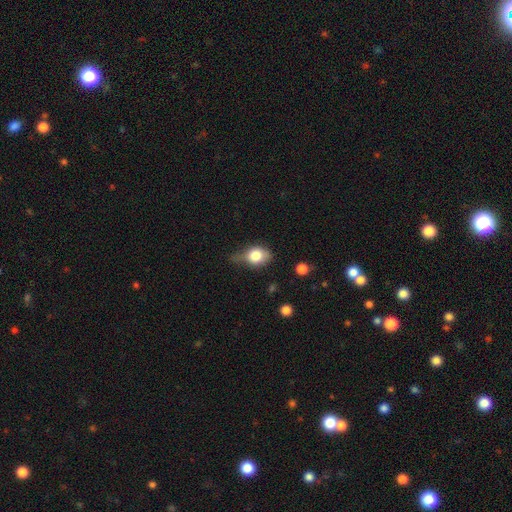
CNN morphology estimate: smooth 78%, featured or disk 13%, star or artifact 9%. Down the decision tree: how rounded — in between (57%); merging — minor disturbance (43%).